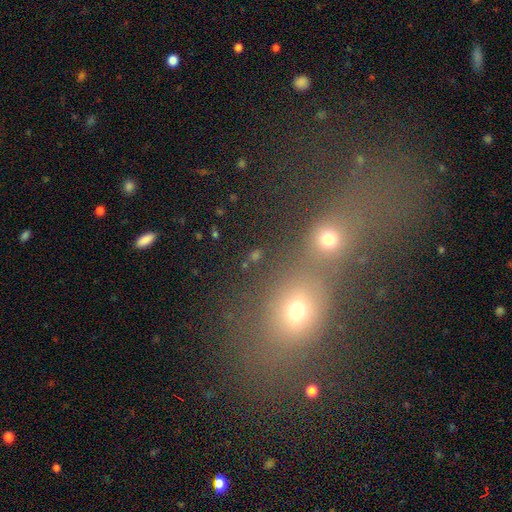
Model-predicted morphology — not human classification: Smooth or featured: smooth — 62% (star or artifact — 27%)
How rounded: round — 70% (in between — 27%)
Merging: none — 62% (merger — 26%)